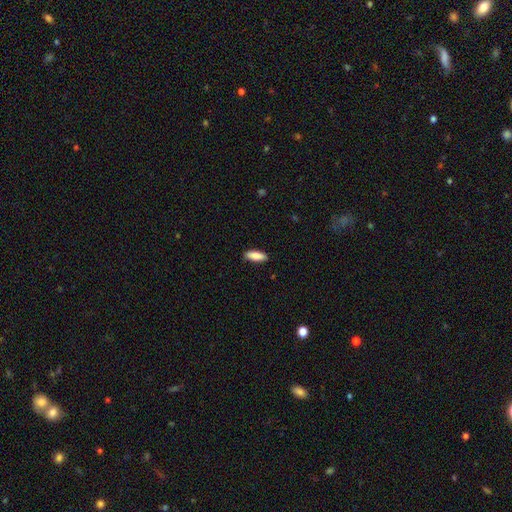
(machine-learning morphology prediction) smooth_or_featured: smooth (p=0.87) [alt: featured or disk p=0.07]
how_rounded: in between (p=0.63) [alt: cigar-shaped p=0.36]
merging: none (p=0.88) [alt: minor disturbance p=0.09]